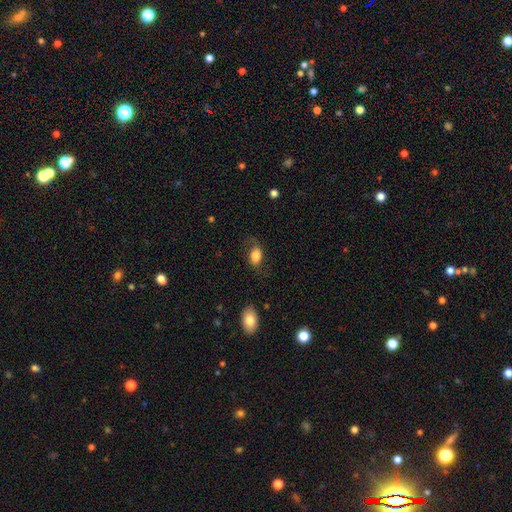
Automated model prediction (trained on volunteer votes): Morphology: type=smooth (72%); roundness=in between (81%); merging=none (58%).